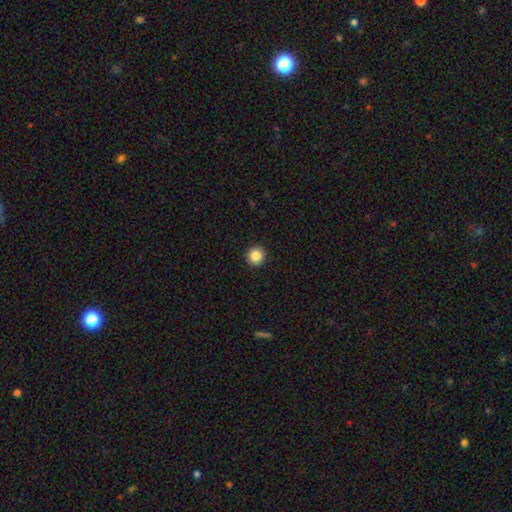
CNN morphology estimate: Smooth or featured? smooth (86%)
How rounded? round (96%)
Merging? none (94%)